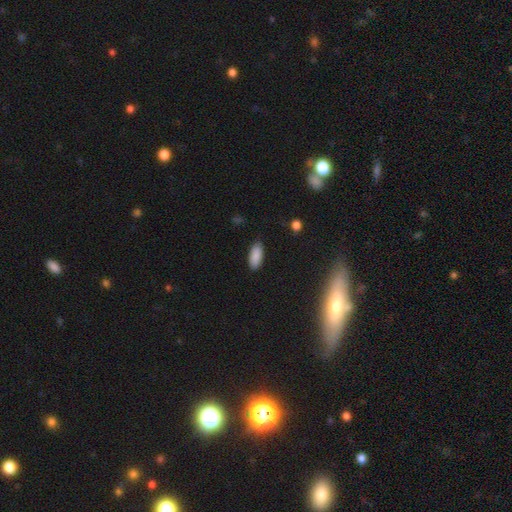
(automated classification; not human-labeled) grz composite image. It shows a smooth galaxy with no disk features (88%) that is in between round and cigar-shaped (86%). Merging: none (88%).